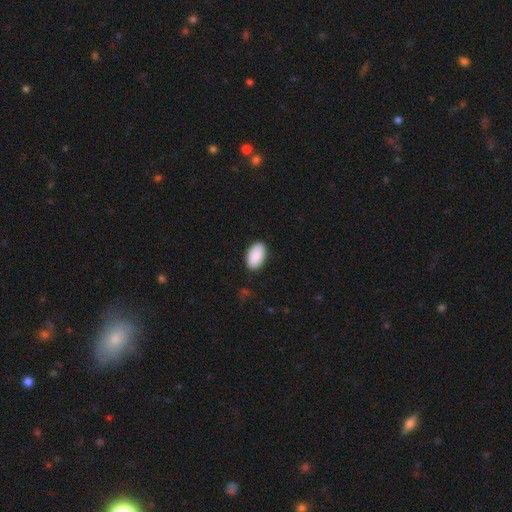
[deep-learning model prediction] A smooth galaxy with no disk features (91%) that is in between round and cigar-shaped (95%).

Vote fractions:
- Smooth or featured? smooth: 91% / star or artifact: 6% / featured or disk: 3%
- How rounded? in between: 95% / round: 3% / cigar-shaped: 1%
- Merging? none: 87% / minor disturbance: 9% / major disturbance: 2% / merger: 1%